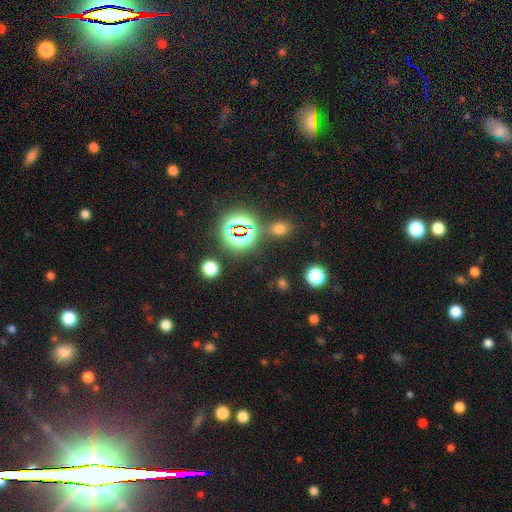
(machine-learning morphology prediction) Overall: star or artifact (79%).